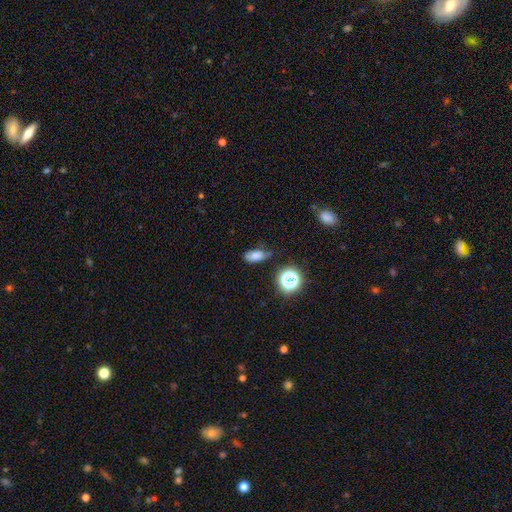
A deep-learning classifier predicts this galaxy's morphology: type=smooth (74%); roundness=in between (84%); merging=none (62%).